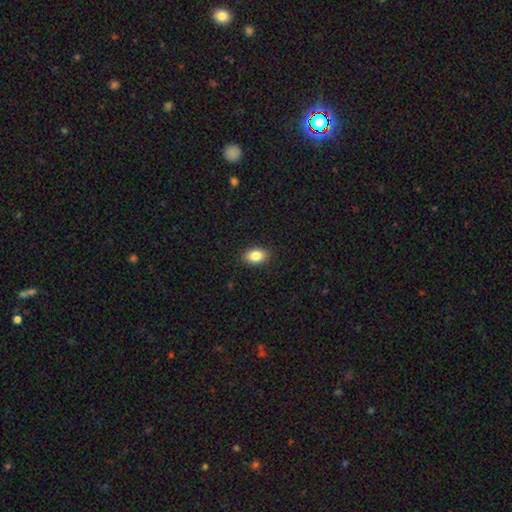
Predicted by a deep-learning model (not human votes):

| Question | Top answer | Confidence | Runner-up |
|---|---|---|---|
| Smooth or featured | smooth | 85% | star or artifact (8%) |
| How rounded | in between | 85% | round (14%) |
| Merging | none | 90% | minor disturbance (7%) |